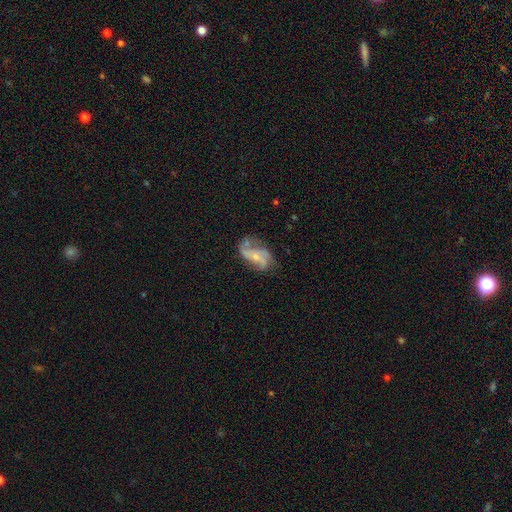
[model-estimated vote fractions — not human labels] smooth_or_featured: featured or disk (p=0.77) [alt: smooth p=0.16]
disk_edge_on: no (p=0.97) [alt: yes p=0.03]
bar: no (p=0.55) [alt: weak p=0.32]
has_spiral_arms: yes (p=0.90) [alt: no p=0.10]
spiral_winding: loose (p=0.49) [alt: medium p=0.38]
spiral_arm_count: 2 (p=0.48) [alt: 3 p=0.28]
bulge_size: small (p=0.64) [alt: moderate p=0.27]
merging: none (p=0.51) [alt: minor disturbance p=0.25]